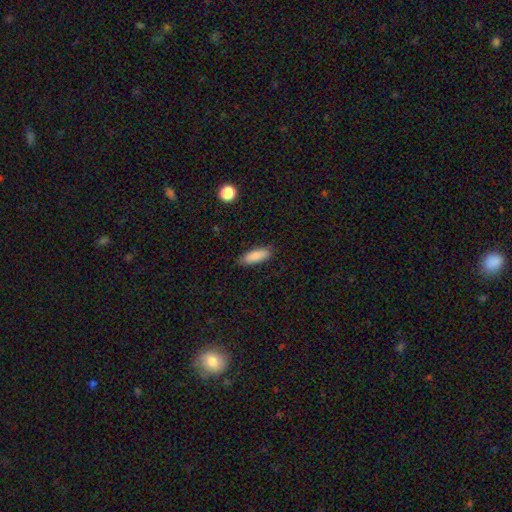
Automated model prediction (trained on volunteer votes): A smooth galaxy with no disk features (86%) that is in between round and cigar-shaped (61%).

Vote fractions:
- Smooth or featured? smooth: 86% / featured or disk: 7% / star or artifact: 7%
- How rounded? in between: 61% / cigar-shaped: 37% / round: 2%
- Merging? none: 85% / minor disturbance: 12% / major disturbance: 2% / merger: 1%